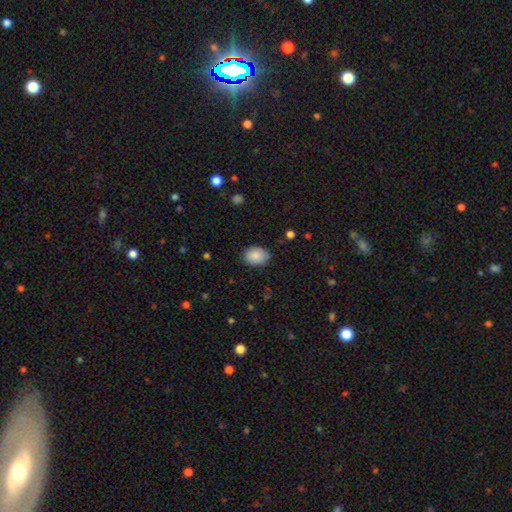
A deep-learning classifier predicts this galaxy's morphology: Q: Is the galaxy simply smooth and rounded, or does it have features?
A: smooth — 88%.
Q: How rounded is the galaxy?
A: in between — 75%.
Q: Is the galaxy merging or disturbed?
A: none — 83%.